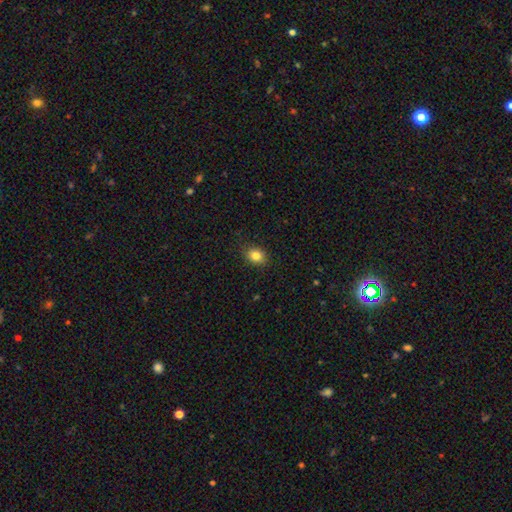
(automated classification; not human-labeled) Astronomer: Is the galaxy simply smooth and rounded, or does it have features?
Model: smooth — 84%.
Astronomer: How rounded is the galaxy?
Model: in between — 55% (runner-up: round, 44%).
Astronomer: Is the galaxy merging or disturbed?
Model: none — 87%.